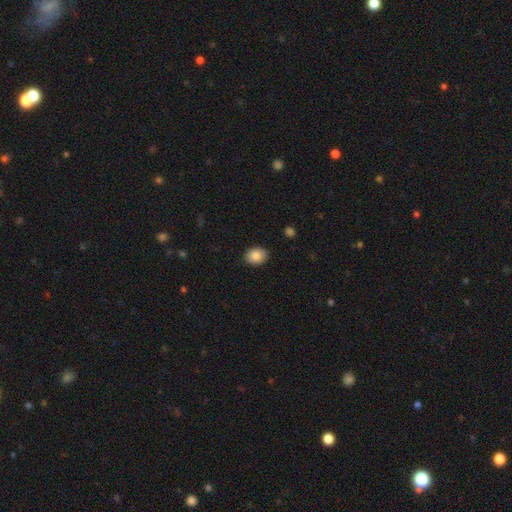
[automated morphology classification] Smooth or featured: smooth — 85% (star or artifact — 8%)
How rounded: in between — 62% (round — 37%)
Merging: none — 89% (minor disturbance — 9%)